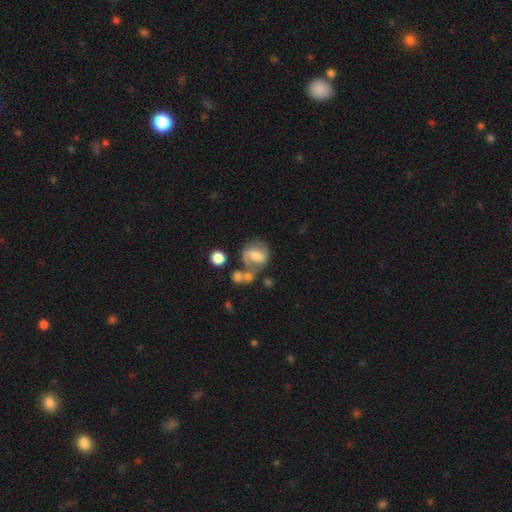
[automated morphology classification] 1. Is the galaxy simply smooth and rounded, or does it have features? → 52% featured or disk, 38% smooth, 10% star or artifact.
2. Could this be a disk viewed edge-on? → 97% no, 3% yes.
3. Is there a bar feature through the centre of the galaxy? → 43% weak, 33% no, 24% strong.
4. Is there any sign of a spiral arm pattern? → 74% yes, 26% no.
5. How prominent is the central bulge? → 40% moderate, 23% small, 17% none, 17% large, 3% dominant.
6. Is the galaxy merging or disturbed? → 38% none, 24% merger, 19% minor disturbance, 18% major disturbance.